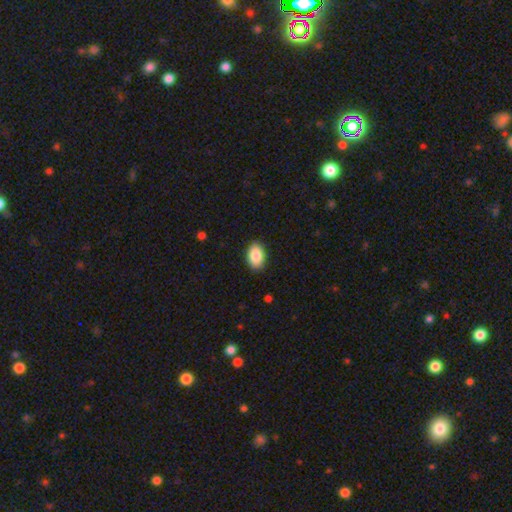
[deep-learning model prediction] Smooth or featured? Predicted: smooth (p=0.88). How rounded? Predicted: in between (p=0.90). Merging? Predicted: none (p=0.89).